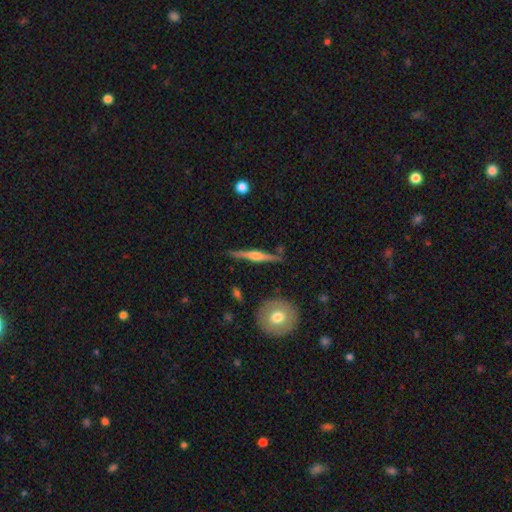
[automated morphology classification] Smooth or featured: featured or disk — 76% (smooth — 18%)
Edge-on disk: yes — 98% (no — 2%)
Edge-on bulge: rounded — 88% (boxy — 7%)
Merging: none — 86% (minor disturbance — 9%)